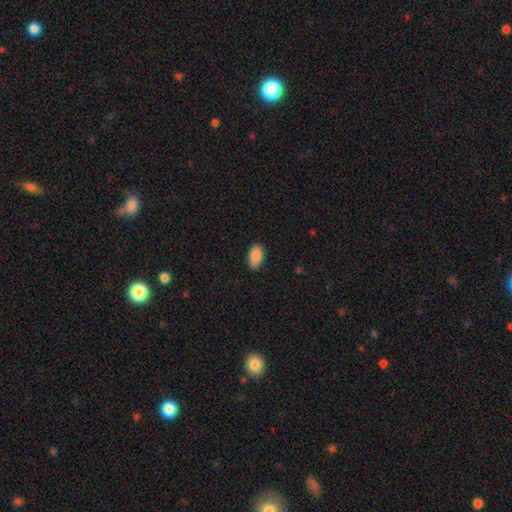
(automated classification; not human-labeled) A smooth galaxy with no disk features (88%) that is in between round and cigar-shaped (94%). Merging: none (86%).